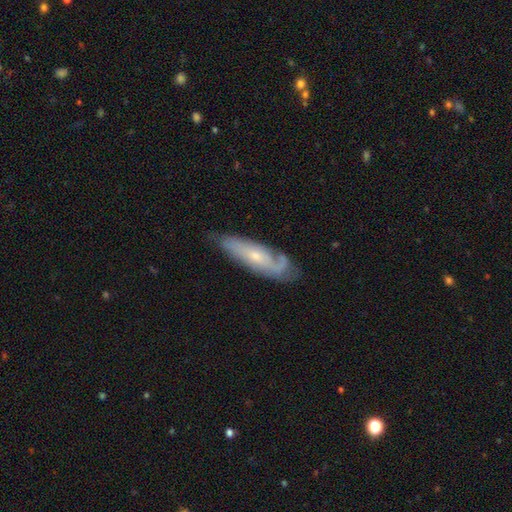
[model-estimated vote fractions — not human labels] The model was most divided on "bulge size": small: 59%, moderate: 35%, none: 2%, large: 2%, dominant: 1%. More confident: spiral arms — yes (85%); edge-on disk — no (77%); bar — no (71%); smooth or featured — featured or disk (67%); merging — none (62%).